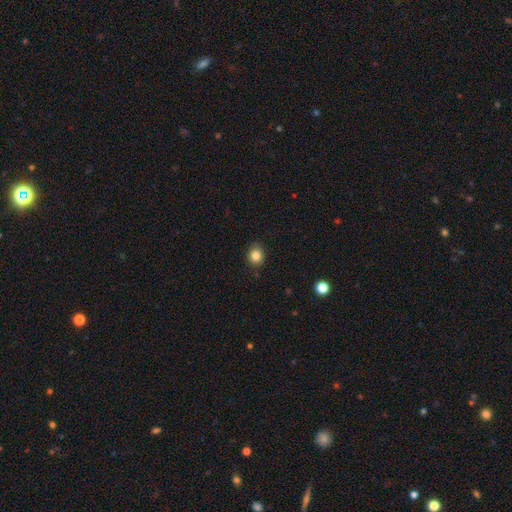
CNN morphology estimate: A smooth galaxy with no disk features (84%) that is round (73%). Merging: none (86%).